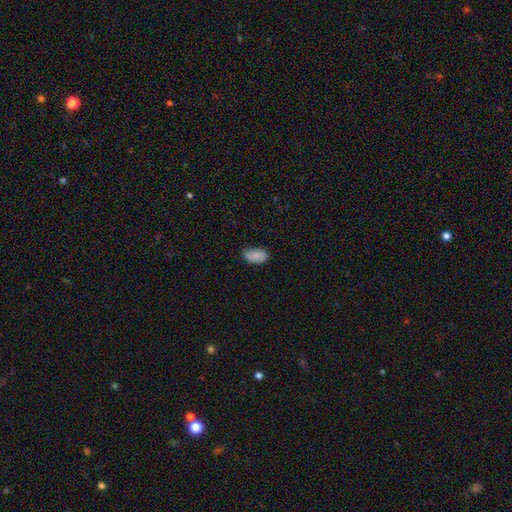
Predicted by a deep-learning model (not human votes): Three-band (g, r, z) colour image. It shows a smooth galaxy with no disk features (85%) that is in between round and cigar-shaped (94%). Merging: none (76%).